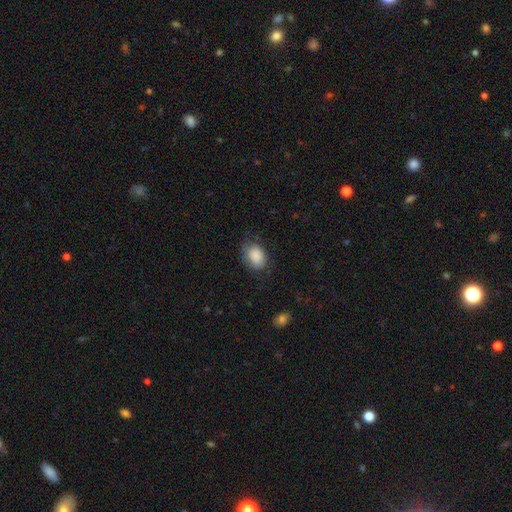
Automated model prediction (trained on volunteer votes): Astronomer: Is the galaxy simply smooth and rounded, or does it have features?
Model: smooth — 87%.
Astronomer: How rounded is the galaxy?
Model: in between — 75%.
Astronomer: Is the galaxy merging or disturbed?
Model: none — 69%.